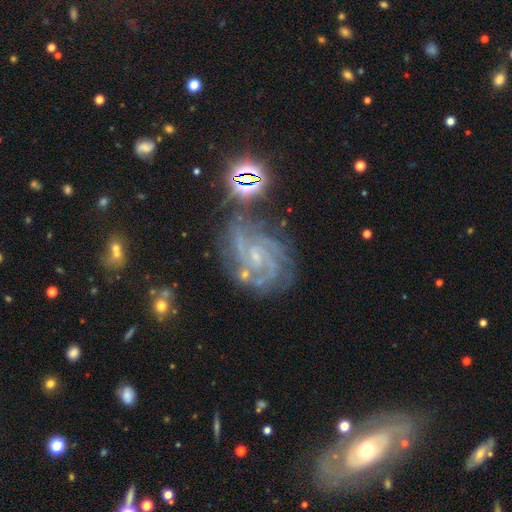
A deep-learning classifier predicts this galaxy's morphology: The model was most divided on "spiral arm count": 3: 28%, 2: 24%, can't tell: 18%, 4: 16%, more than 4: 8%, 1: 7%. More confident: edge-on disk — no (98%); spiral arms — yes (98%); smooth or featured — featured or disk (85%); bulge size — small (79%); merging — none (63%); spiral winding — tight (56%); bar — no (53%).